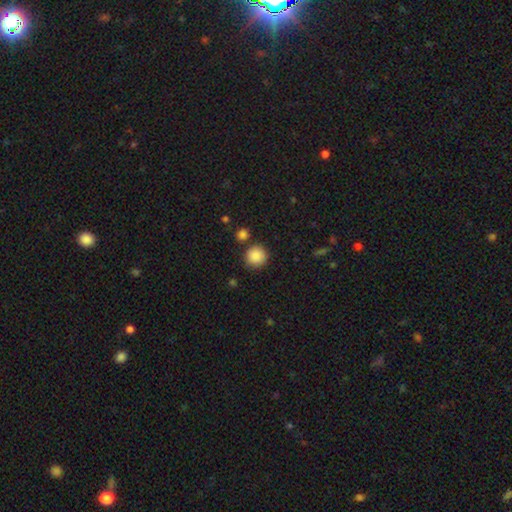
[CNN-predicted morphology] smooth-or-featured: smooth: 88% | star or artifact: 9% | featured or disk: 4%
  how-rounded: round: 93% | in between: 6% | cigar-shaped: 1%
  merging: none: 83% | minor disturbance: 9% | merger: 6% | major disturbance: 3%